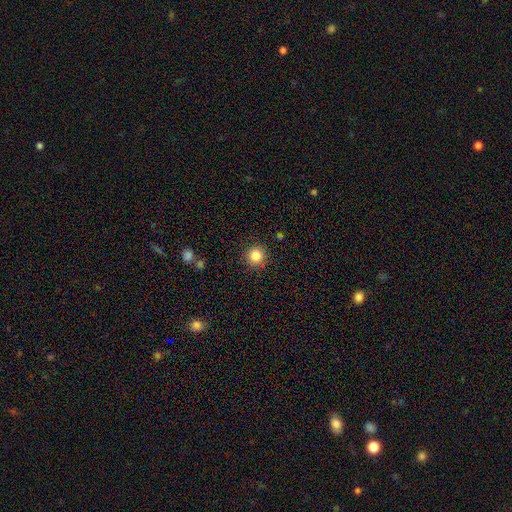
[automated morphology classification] smooth_or_featured: smooth (p=0.85) [alt: star or artifact p=0.11]
how_rounded: round (p=0.93) [alt: in between p=0.06]
merging: none (p=0.89) [alt: minor disturbance p=0.07]